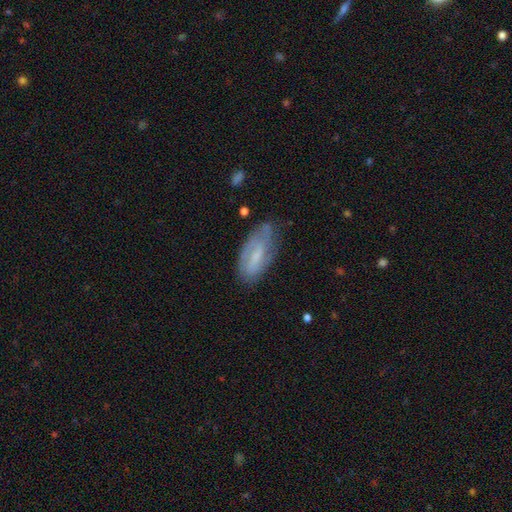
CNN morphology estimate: smooth-or-featured: featured or disk: 48% | smooth: 44% | star or artifact: 8%
  merging: none: 58% | minor disturbance: 29% | major disturbance: 10% | merger: 2%